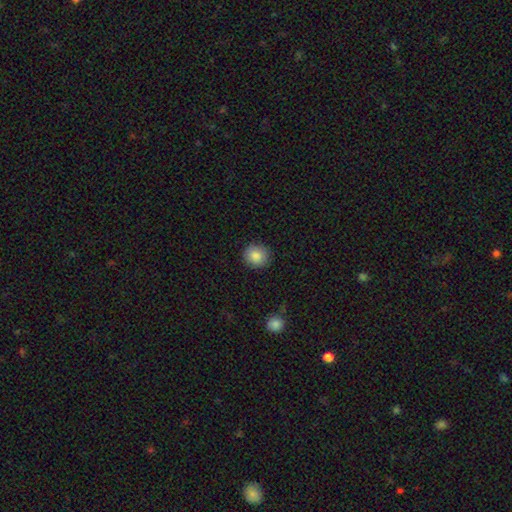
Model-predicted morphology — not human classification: type=smooth (86%); roundness=round (87%); merging=none (89%).